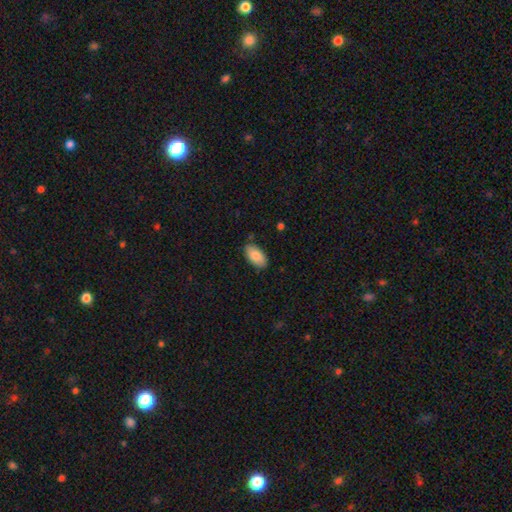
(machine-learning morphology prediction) Overall: smooth (84%). How rounded: in between (95%). Merging: none (83%).